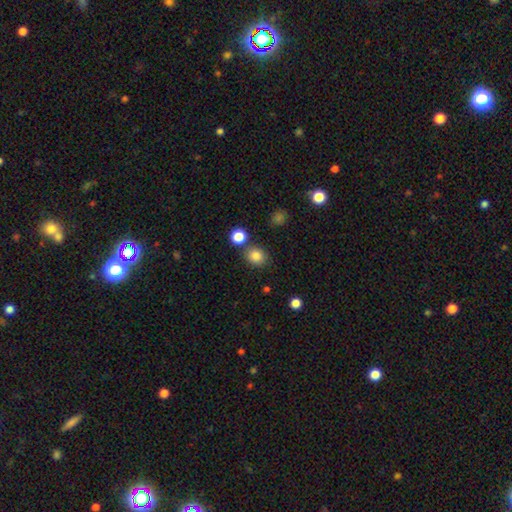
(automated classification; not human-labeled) smooth 84%, star or artifact 11%, featured or disk 5%. Down the decision tree: how rounded — round (74%); merging — none (77%).